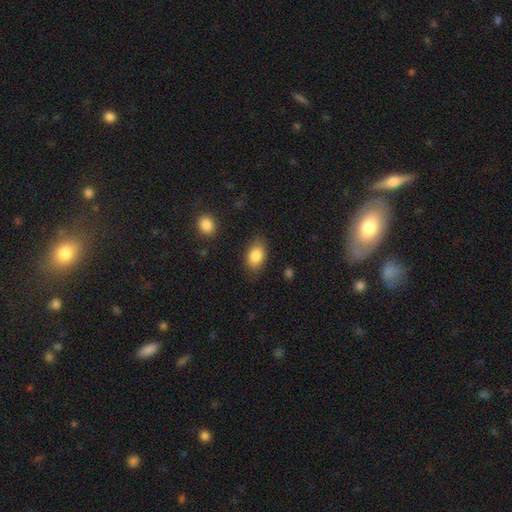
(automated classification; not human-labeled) Morphology: type=smooth (86%); roundness=in between (87%); merging=none (81%).